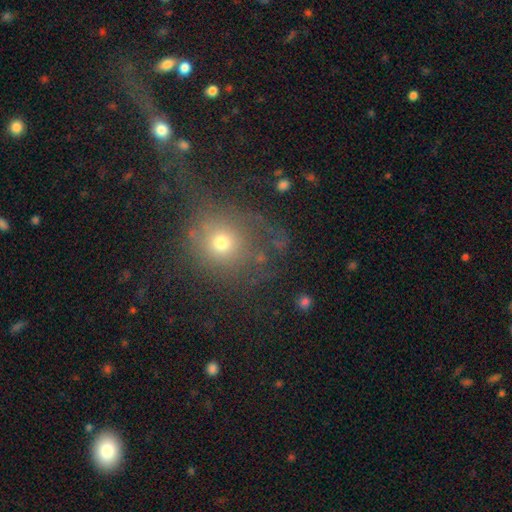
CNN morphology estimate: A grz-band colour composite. It shows a smooth galaxy with no disk features (53%) that is round (86%). Merging: none (52%).